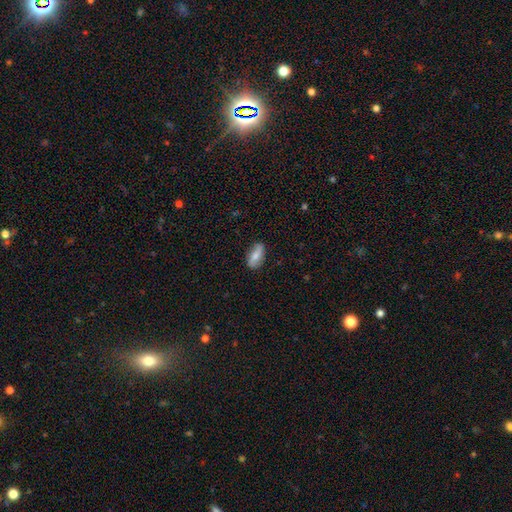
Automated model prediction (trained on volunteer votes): smooth_or_featured: smooth (p=0.62) [alt: featured or disk p=0.31]
how_rounded: in between (p=0.84) [alt: cigar-shaped p=0.12]
merging: none (p=0.79) [alt: minor disturbance p=0.17]